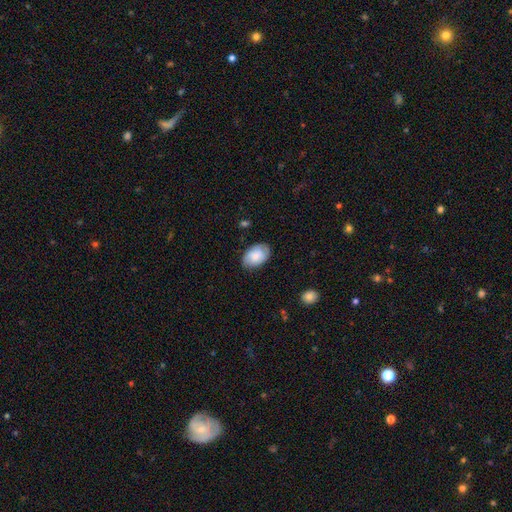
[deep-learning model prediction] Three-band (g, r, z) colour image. It shows a smooth galaxy with no disk features (72%) that is in between round and cigar-shaped (89%). Merging: none (78%).